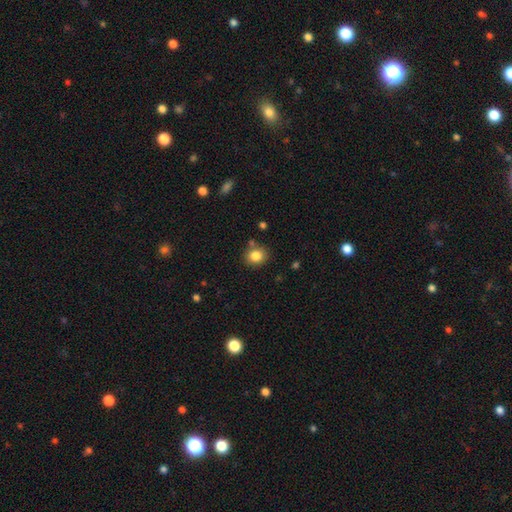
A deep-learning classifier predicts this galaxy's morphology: This is clearly a smooth galaxy (84%). How rounded: likely round (75%). Merging: likely none (79%).